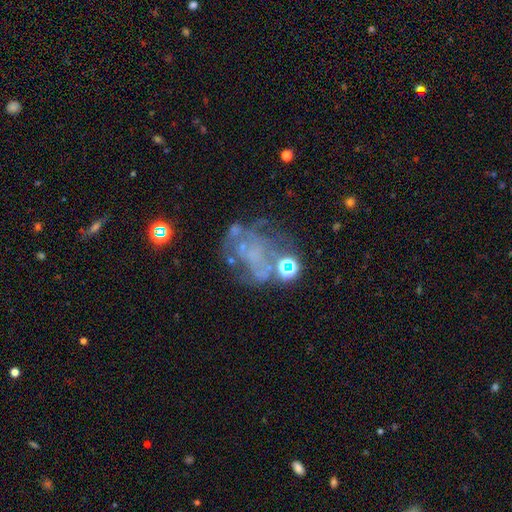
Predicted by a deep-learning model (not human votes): smooth_or_featured: featured or disk (p=0.60) [alt: star or artifact p=0.23]
disk_edge_on: no (p=0.97) [alt: yes p=0.03]
bar: no (p=0.85) [alt: weak p=0.11]
has_spiral_arms: no (p=0.70) [alt: yes p=0.30]
bulge_size: none (p=0.69) [alt: small p=0.19]
merging: none (p=0.44) [alt: major disturbance p=0.26]